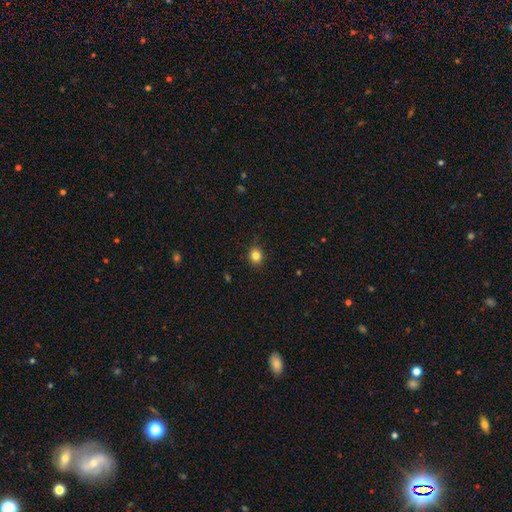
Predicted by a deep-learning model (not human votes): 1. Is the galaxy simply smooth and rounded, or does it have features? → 83% smooth, 11% star or artifact, 5% featured or disk.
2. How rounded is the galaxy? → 76% round, 23% in between, 1% cigar-shaped.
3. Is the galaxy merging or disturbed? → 89% none, 8% minor disturbance, 2% major disturbance, 1% merger.